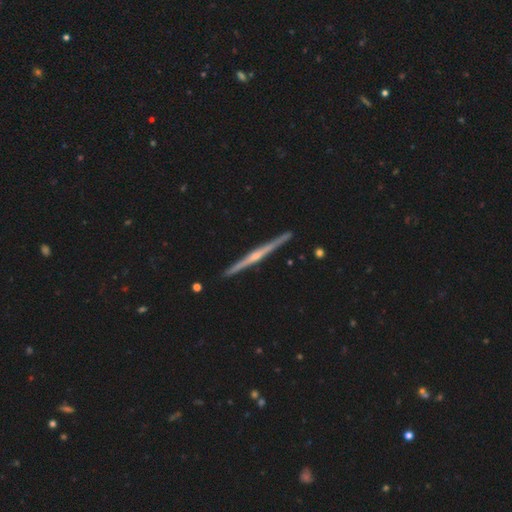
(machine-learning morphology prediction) type=featured or disk (83%); edge-on=yes (99%); edge-on bulge=rounded (75%); merging=none (92%).